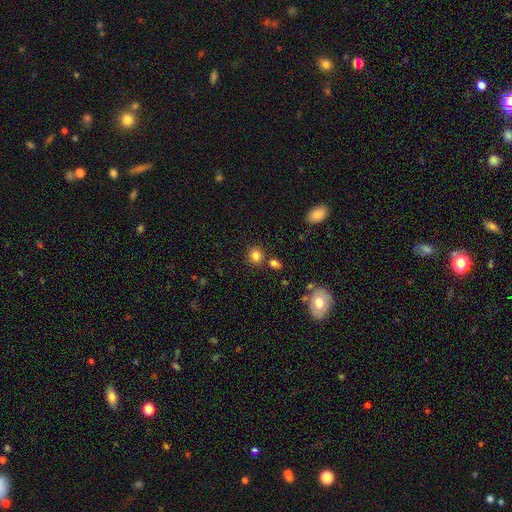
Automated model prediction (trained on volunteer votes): smooth-or-featured: smooth: 81% | star or artifact: 13% | featured or disk: 6%
  how-rounded: round: 85% | in between: 14% | cigar-shaped: 1%
  merging: none: 79% | merger: 10% | minor disturbance: 8% | major disturbance: 3%